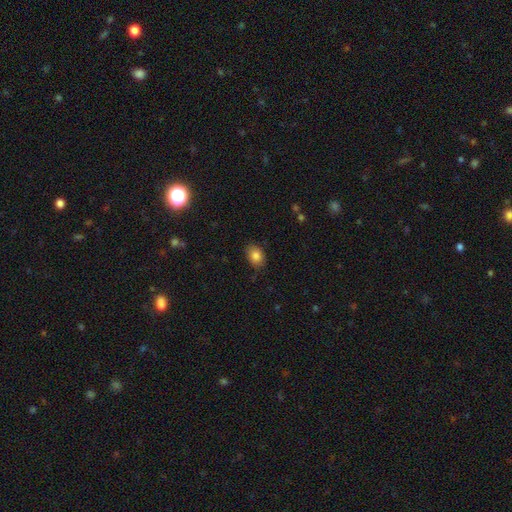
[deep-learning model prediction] A smooth galaxy with no disk features (85%) that is in between round and cigar-shaped (74%).

Vote fractions:
- Smooth or featured? smooth: 85% / star or artifact: 9% / featured or disk: 7%
- How rounded? in between: 74% / round: 24% / cigar-shaped: 1%
- Merging? none: 81% / minor disturbance: 15% / major disturbance: 3% / merger: 1%